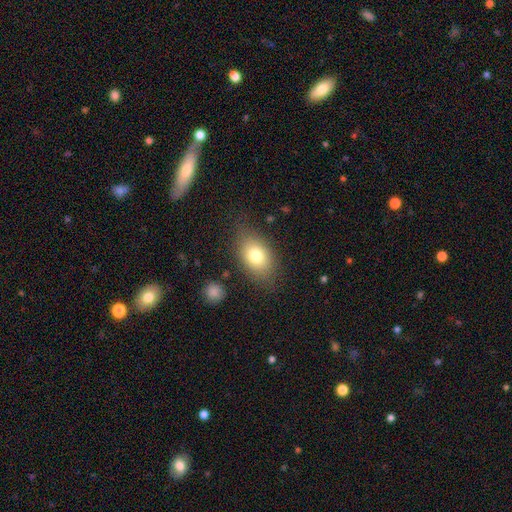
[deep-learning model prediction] Smooth or featured? smooth (76%)
How rounded? in between (82%)
Merging? none (76%)